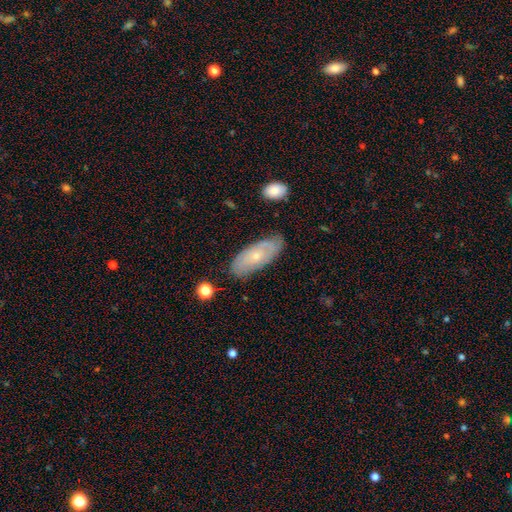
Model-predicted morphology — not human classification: Smooth or featured: featured or disk — 47% (smooth — 46%)
Merging: none — 76% (minor disturbance — 18%)